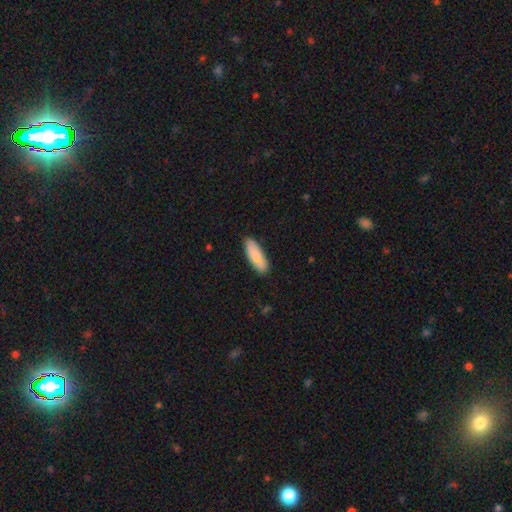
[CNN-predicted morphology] type=smooth (80%); roundness=in between (64%); merging=none (80%).